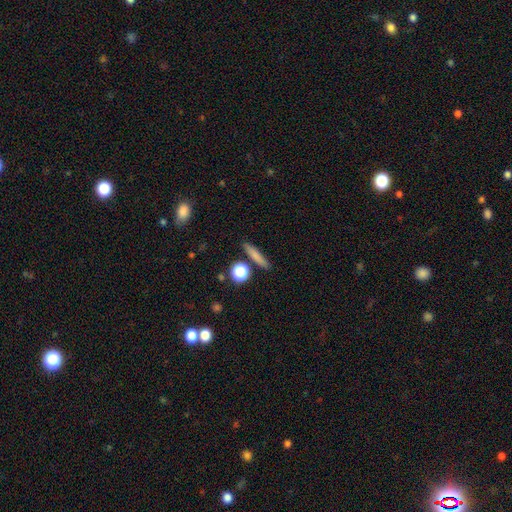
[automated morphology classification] A smooth galaxy with no disk features (75%) that is cigar-shaped (78%).

Vote fractions:
- Smooth or featured? smooth: 75% / featured or disk: 15% / star or artifact: 10%
- How rounded? cigar-shaped: 78% / in between: 13% / round: 9%
- Merging? none: 84% / minor disturbance: 9% / merger: 5% / major disturbance: 2%